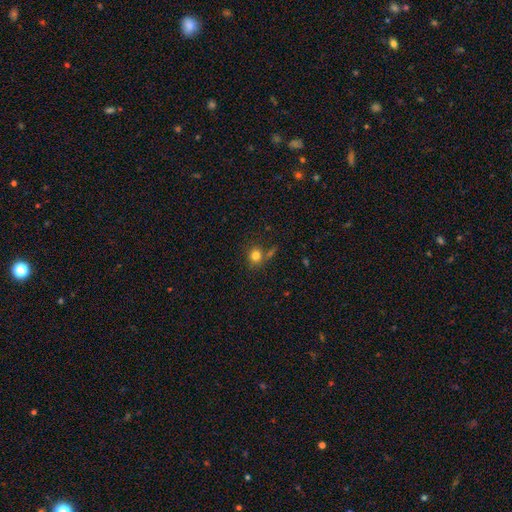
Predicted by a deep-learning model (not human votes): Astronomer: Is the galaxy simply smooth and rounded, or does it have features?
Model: smooth — 80%.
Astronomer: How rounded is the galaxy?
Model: round — 83%.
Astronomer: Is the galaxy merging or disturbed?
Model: none — 70%.